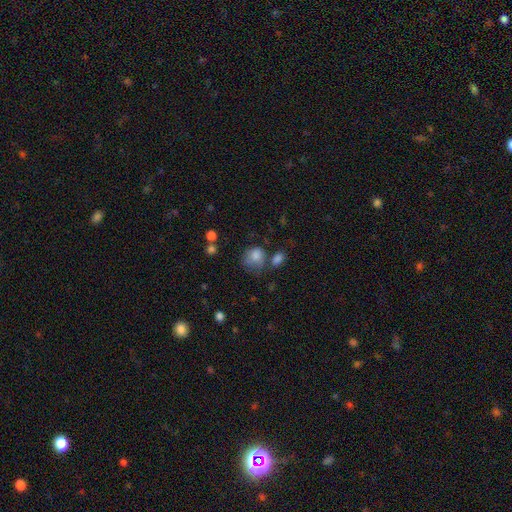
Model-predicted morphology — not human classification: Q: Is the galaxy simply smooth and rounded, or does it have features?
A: smooth — 79%.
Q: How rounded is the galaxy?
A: round — 63%.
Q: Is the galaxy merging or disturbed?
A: none — 42%.